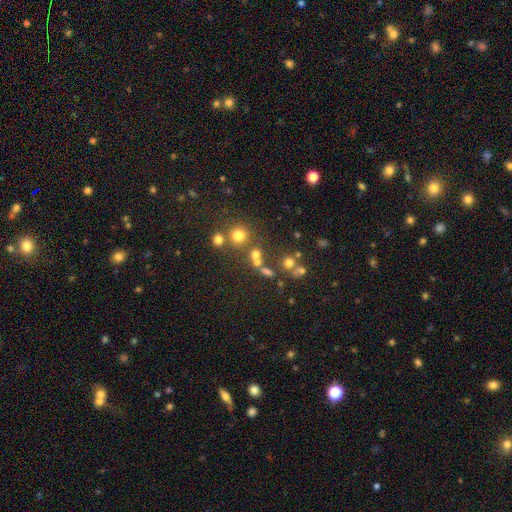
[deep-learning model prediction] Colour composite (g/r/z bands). It shows a smooth galaxy with no disk features (55%) that is round (89%). Merging: none (66%).